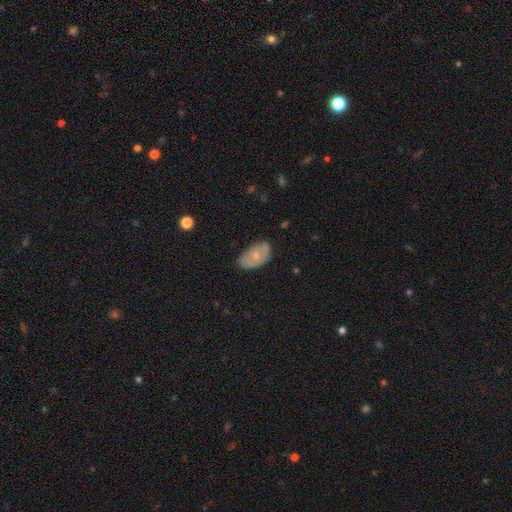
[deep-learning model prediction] The model was most divided on "smooth or featured": smooth: 60%, featured or disk: 33%, star or artifact: 7%. More confident: how rounded — in between (91%); merging — none (61%).